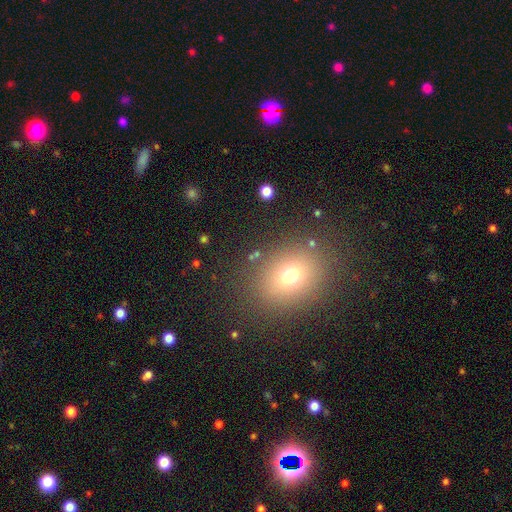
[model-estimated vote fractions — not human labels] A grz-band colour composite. It shows a smooth galaxy with no disk features (71%) that is in between round and cigar-shaped (51%). Merging: none (84%).